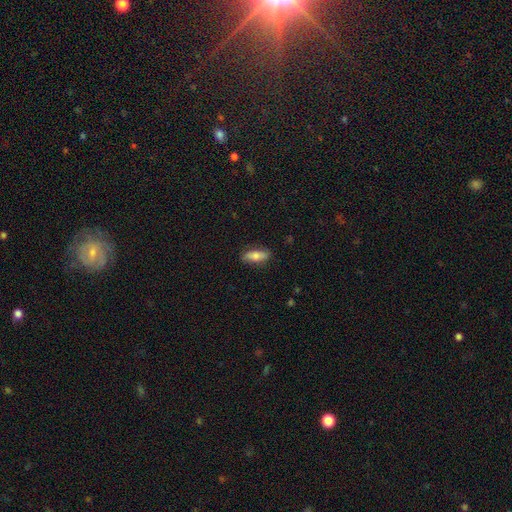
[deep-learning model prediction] Overall: smooth (75%). How rounded: in between (72%). Merging: none (84%).